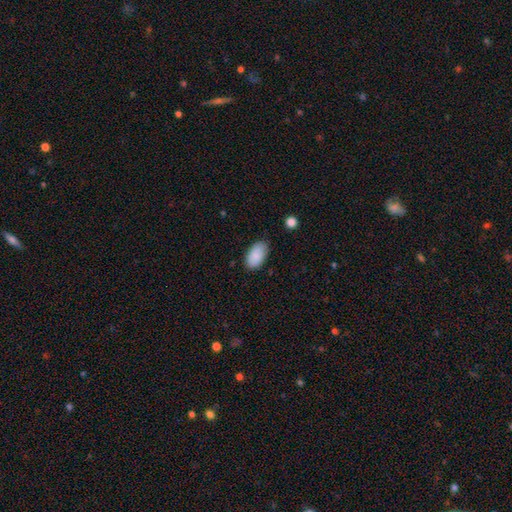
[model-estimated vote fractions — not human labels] Q: Smooth or featured?
A: smooth (88%); runner-up: star or artifact (7%)
Q: How rounded?
A: in between (95%); runner-up: round (3%)
Q: Merging?
A: none (81%); runner-up: minor disturbance (15%)